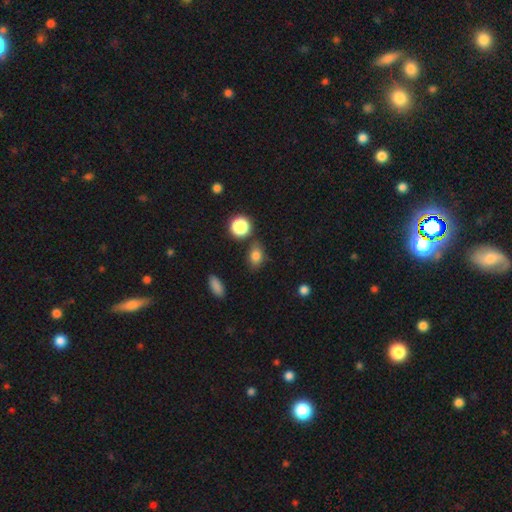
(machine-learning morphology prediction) type=smooth (81%); roundness=in between (71%); merging=none (73%).